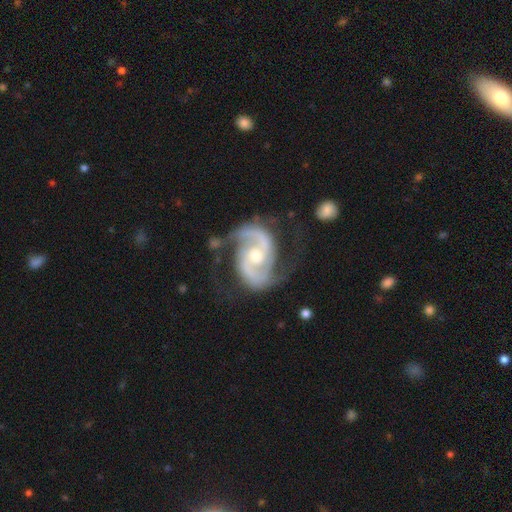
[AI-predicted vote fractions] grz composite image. It shows a featured or disk galaxy (92%) with no bar (47%), 2 (92%) medium (58%) spiral arms (98%) and a moderate central bulge (63%). Merging: none (67%).